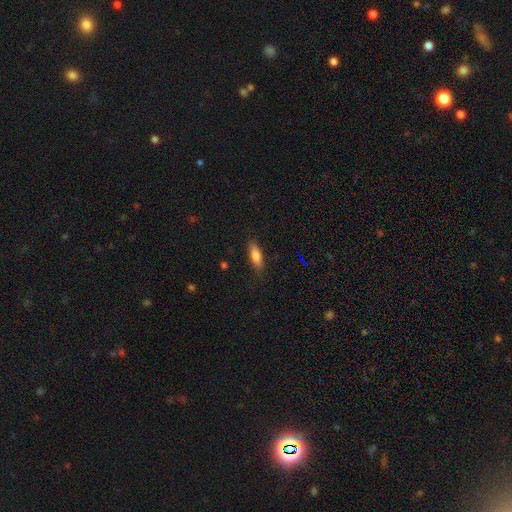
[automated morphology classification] Smooth or featured? smooth (77%)
How rounded? in between (54%)
Merging? none (85%)